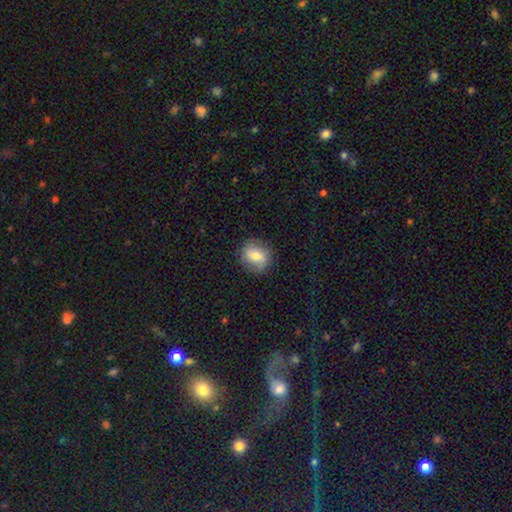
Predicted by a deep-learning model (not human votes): Smooth or featured?
  - smooth: 62% *
  - featured or disk: 29%
  - star or artifact: 9%
How rounded?
  - round: 71% *
  - in between: 27%
  - cigar-shaped: 1%
Merging?
  - none: 83% *
  - minor disturbance: 12%
  - major disturbance: 4%
  - merger: 1%